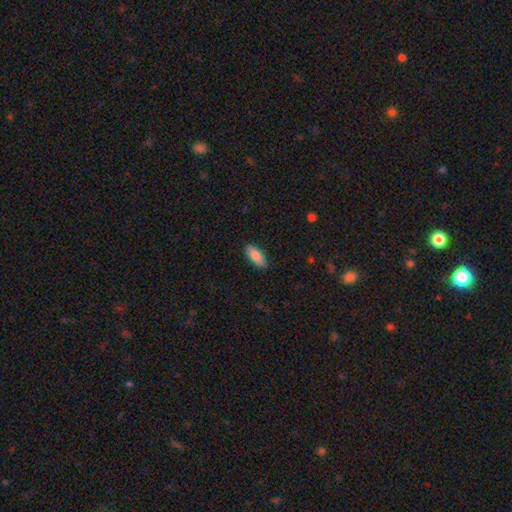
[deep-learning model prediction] Q: Smooth or featured?
A: smooth (86%); runner-up: featured or disk (8%)
Q: How rounded?
A: in between (80%); runner-up: cigar-shaped (18%)
Q: Merging?
A: none (88%); runner-up: minor disturbance (9%)